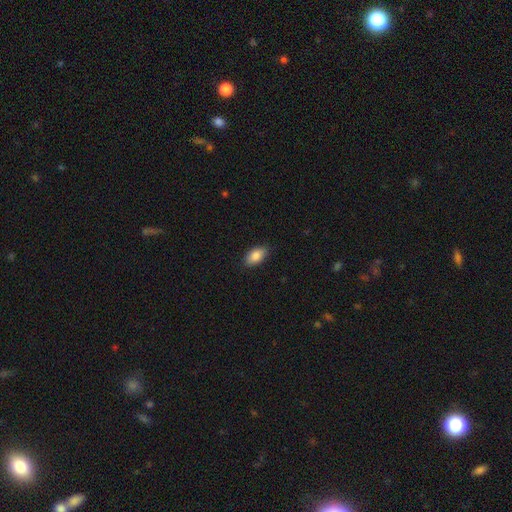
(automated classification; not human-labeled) smooth_or_featured: smooth (p=0.87) [alt: star or artifact p=0.07]
how_rounded: in between (p=0.93) [alt: round p=0.04]
merging: none (p=0.87) [alt: minor disturbance p=0.10]